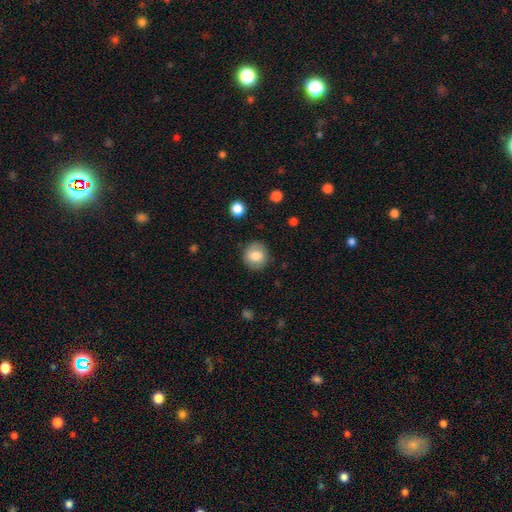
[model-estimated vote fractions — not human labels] Smooth or featured: smooth — 80% (featured or disk — 11%)
How rounded: round — 87% (in between — 12%)
Merging: none — 86% (minor disturbance — 10%)